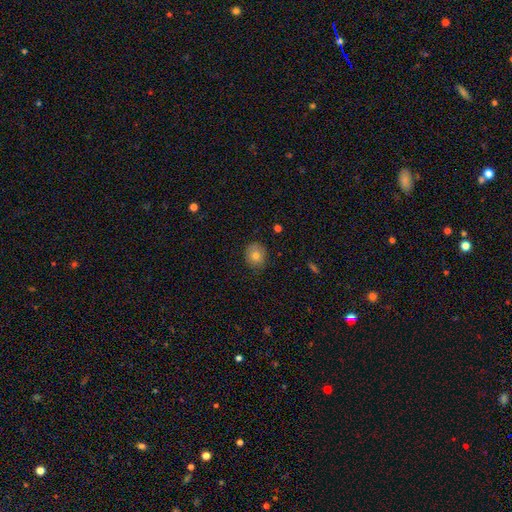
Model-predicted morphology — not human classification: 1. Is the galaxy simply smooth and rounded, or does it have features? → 77% smooth, 13% featured or disk, 10% star or artifact.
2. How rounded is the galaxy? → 69% round, 30% in between, 1% cigar-shaped.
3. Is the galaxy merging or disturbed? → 80% none, 16% minor disturbance, 3% major disturbance, 1% merger.